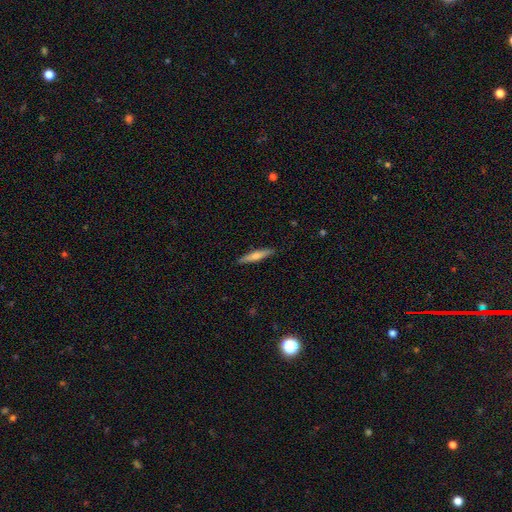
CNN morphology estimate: smooth-or-featured: featured or disk: 49% | smooth: 45% | star or artifact: 7%
  merging: none: 91% | minor disturbance: 7% | major disturbance: 1% | merger: 1%